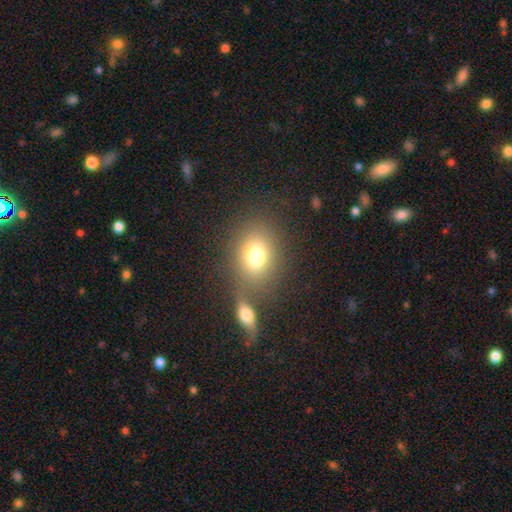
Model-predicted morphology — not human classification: Overall: smooth (75%). How rounded: in between (53%; round 45%). Merging: none (55%; merger 27%).